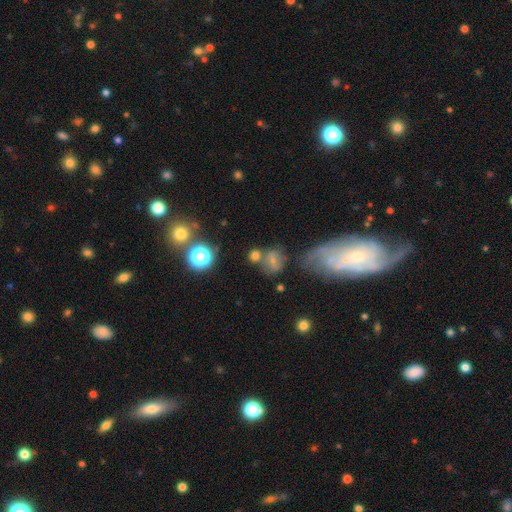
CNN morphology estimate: This is likely a smooth galaxy (64%). How rounded: likely round (71%). Merging: possibly none (57%).